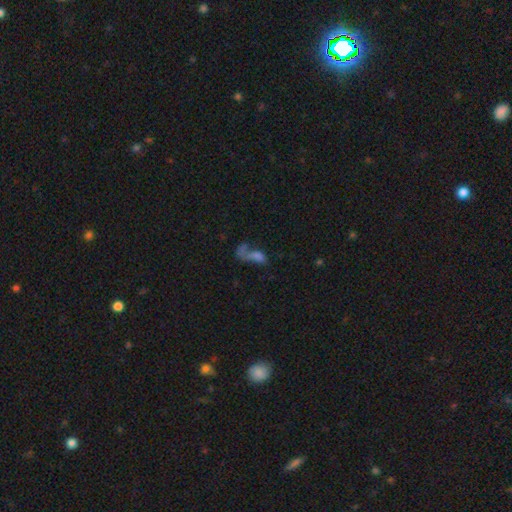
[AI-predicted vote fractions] This appears to be a smooth galaxy with no disk features (45%). Merging: merger (36%).